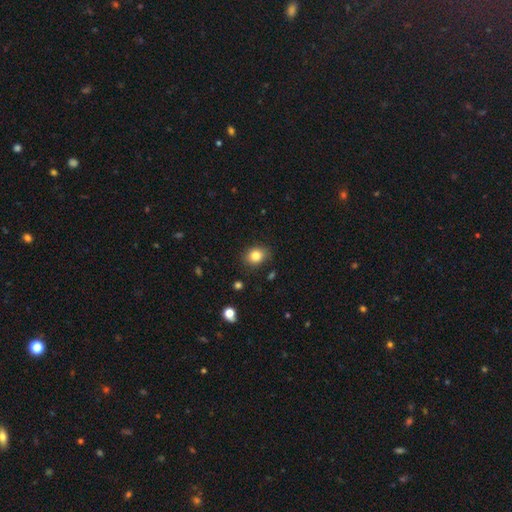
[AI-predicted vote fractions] Morphology: type=smooth (83%); roundness=round (58%); merging=none (84%).